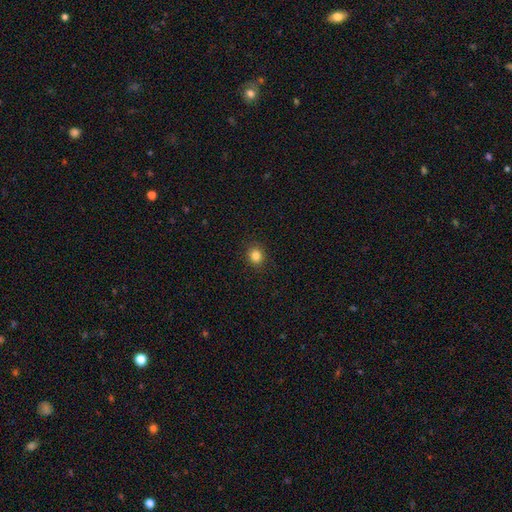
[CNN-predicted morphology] type=smooth (84%); roundness=round (83%); merging=none (91%).